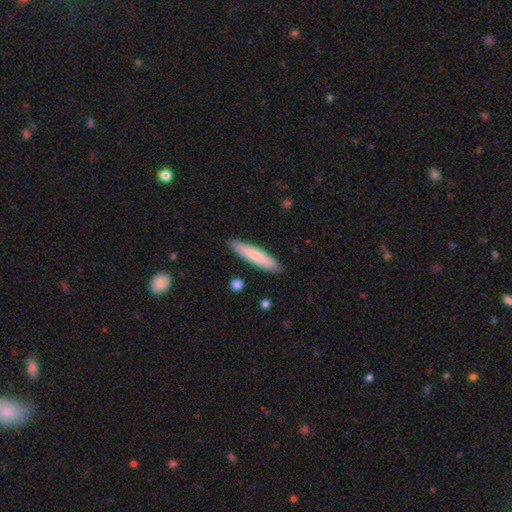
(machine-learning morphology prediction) This is likely a smooth galaxy (79%). How rounded: clearly cigar-shaped (88%). Merging: clearly none (89%).